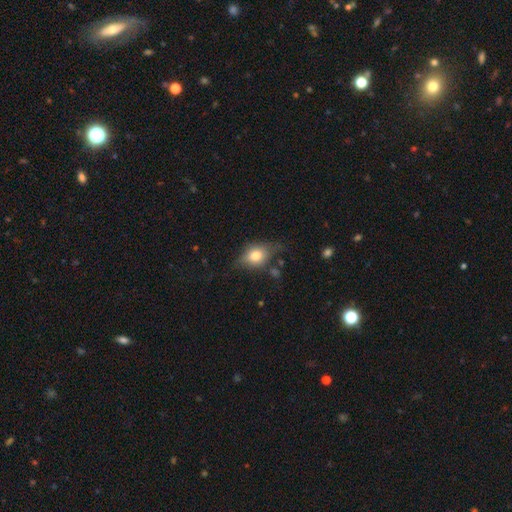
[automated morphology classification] smooth_or_featured: smooth (p=0.68) [alt: featured or disk p=0.23]
how_rounded: in between (p=0.62) [alt: round p=0.35]
merging: none (p=0.55) [alt: minor disturbance p=0.30]